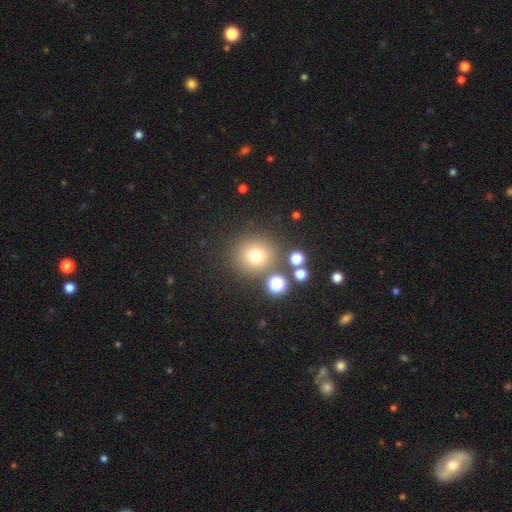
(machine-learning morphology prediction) This appears to be a smooth galaxy with no disk features (73%) that is round (90%). Merging: none (81%).